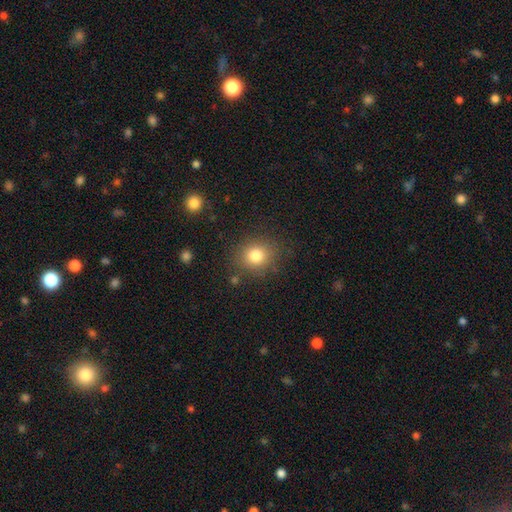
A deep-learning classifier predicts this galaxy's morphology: This is clearly a smooth galaxy (81%). How rounded: likely round (77%). Merging: clearly none (84%).